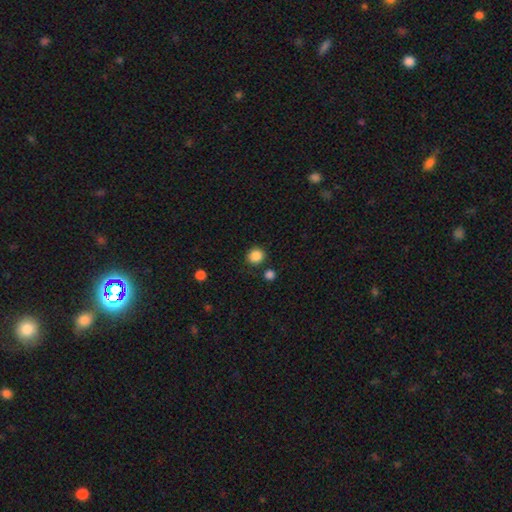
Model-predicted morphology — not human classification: The model was most divided on "smooth or featured": smooth: 86%, star or artifact: 10%, featured or disk: 3%. More confident: how rounded — round (88%); merging — none (84%).